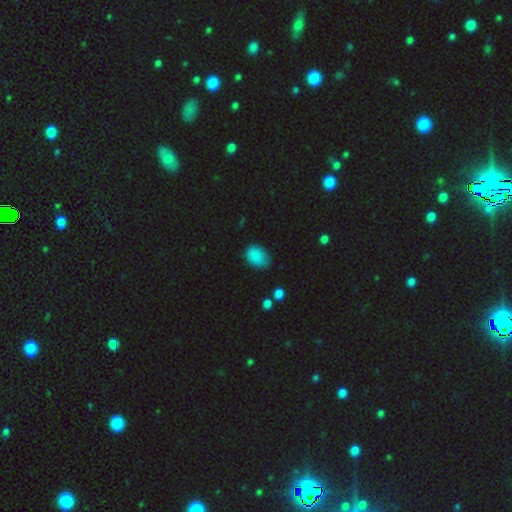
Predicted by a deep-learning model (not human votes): Smooth or featured?
  - smooth: 85% *
  - star or artifact: 9%
  - featured or disk: 6%
How rounded?
  - in between: 72% *
  - round: 27%
  - cigar-shaped: 1%
Merging?
  - none: 61% *
  - minor disturbance: 30%
  - major disturbance: 6%
  - merger: 2%